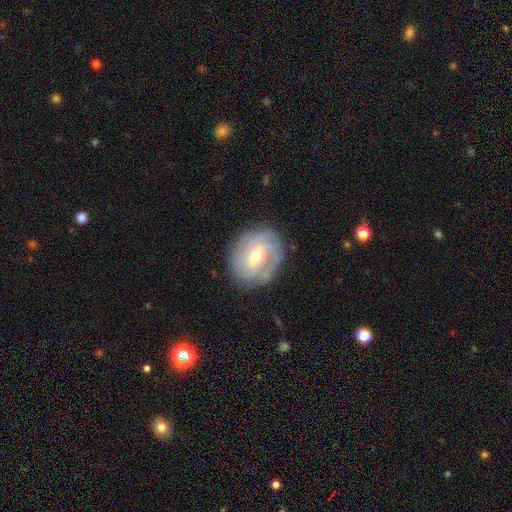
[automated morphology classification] Q: Smooth or featured?
A: featured or disk (75%); runner-up: smooth (19%)
Q: Edge-on disk?
A: no (97%); runner-up: yes (3%)
Q: Bar?
A: weak (45%); runner-up: no (42%)
Q: Spiral arms?
A: yes (88%); runner-up: no (12%)
Q: Spiral winding?
A: tight (63%); runner-up: medium (27%)
Q: Spiral arm count?
A: can't tell (36%); runner-up: 2 (24%)
Q: Bulge size?
A: moderate (64%); runner-up: small (31%)
Q: Merging?
A: none (80%); runner-up: minor disturbance (14%)